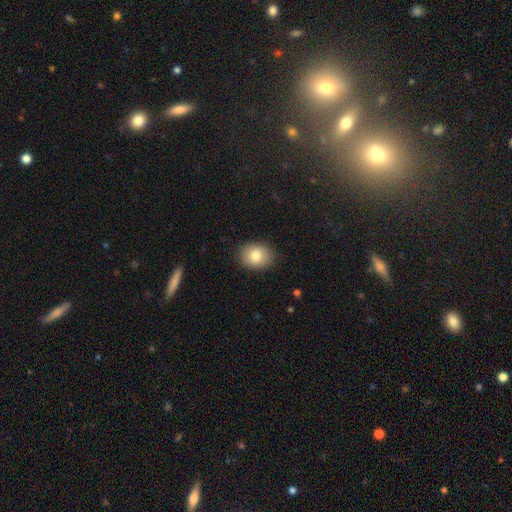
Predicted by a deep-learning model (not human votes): The model was most divided on "how rounded": in between: 59%, round: 40%, cigar-shaped: 1%. More confident: merging — none (89%); smooth or featured — smooth (82%).